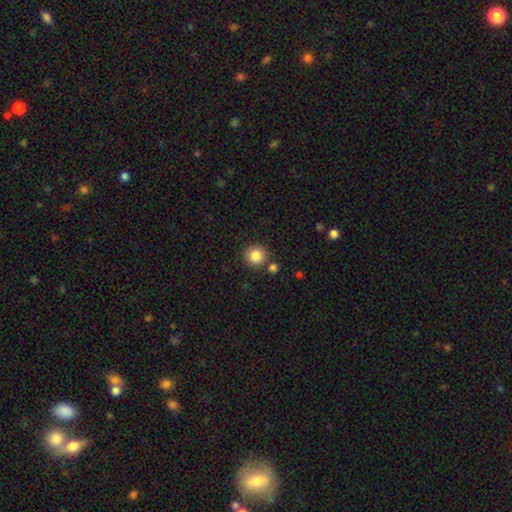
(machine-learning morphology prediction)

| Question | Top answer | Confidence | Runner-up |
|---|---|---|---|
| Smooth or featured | smooth | 85% | star or artifact (10%) |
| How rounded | round | 93% | in between (6%) |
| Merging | none | 81% | merger (9%) |